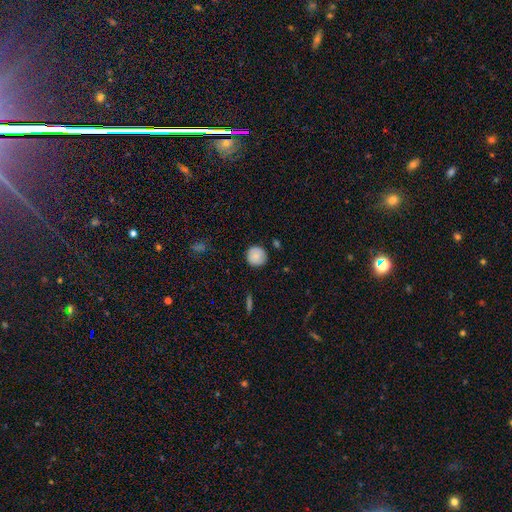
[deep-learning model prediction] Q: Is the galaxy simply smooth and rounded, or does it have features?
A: smooth — 85%.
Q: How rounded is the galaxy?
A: round — 94%.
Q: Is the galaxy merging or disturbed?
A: none — 86%.